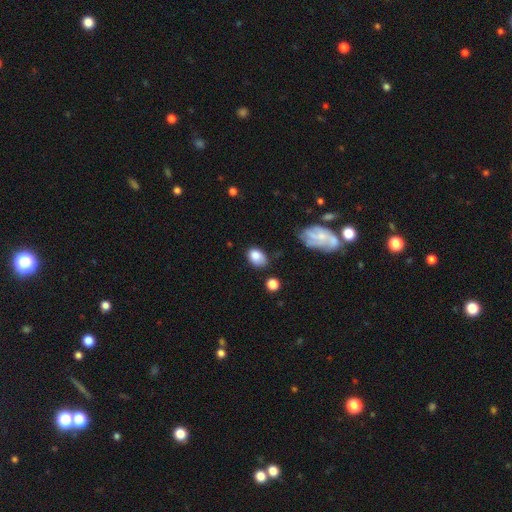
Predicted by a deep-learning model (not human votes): This appears to be a smooth galaxy with no disk features (80%) that is in between round and cigar-shaped (77%). Merging: none (56%).